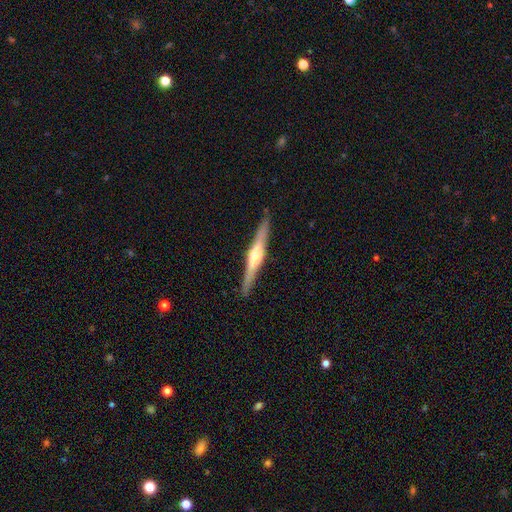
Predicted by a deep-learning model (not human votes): Q: Smooth or featured?
A: featured or disk (78%); runner-up: smooth (17%)
Q: Edge-on disk?
A: yes (98%); runner-up: no (2%)
Q: Edge-on bulge?
A: rounded (87%); runner-up: boxy (8%)
Q: Merging?
A: none (90%); runner-up: minor disturbance (7%)